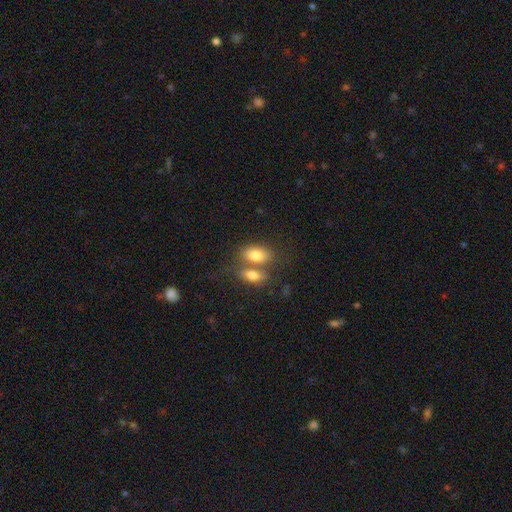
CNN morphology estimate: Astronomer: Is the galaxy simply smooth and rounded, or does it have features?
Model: smooth — 80%.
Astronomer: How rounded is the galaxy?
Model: in between — 88%.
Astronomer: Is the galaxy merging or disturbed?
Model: merger — 50% (runner-up: none, 36%).